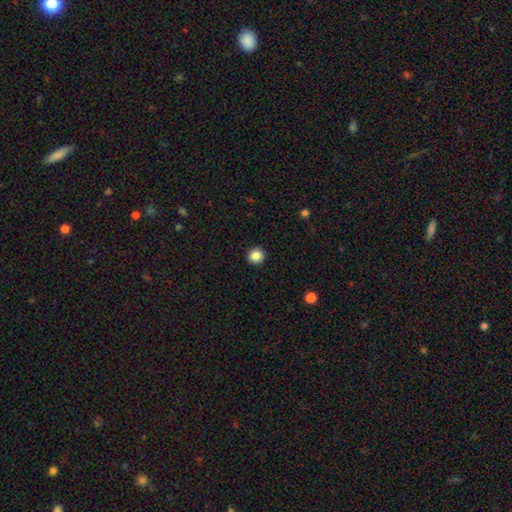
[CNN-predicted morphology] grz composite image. It shows a smooth galaxy with no disk features (85%) that is round (96%). Merging: none (93%).